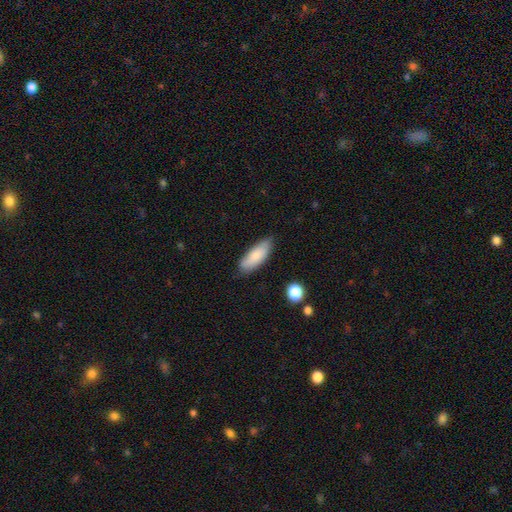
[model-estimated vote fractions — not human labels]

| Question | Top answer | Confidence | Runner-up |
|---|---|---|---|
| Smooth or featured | smooth | 81% | featured or disk (13%) |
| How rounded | in between | 68% | cigar-shaped (30%) |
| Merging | none | 78% | minor disturbance (17%) |